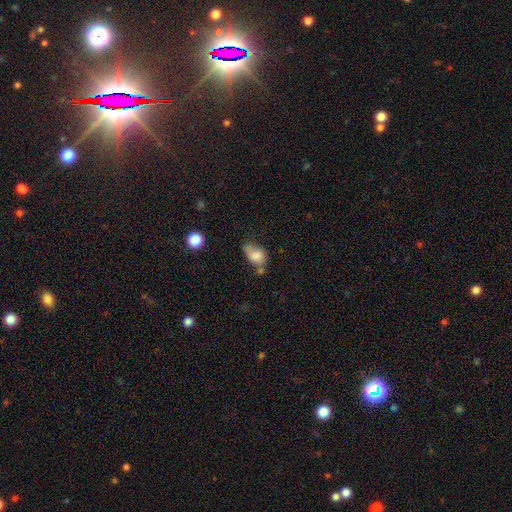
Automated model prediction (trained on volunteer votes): Overall: smooth (76%). How rounded: in between (77%). Merging: minor disturbance (34%; none 26%).